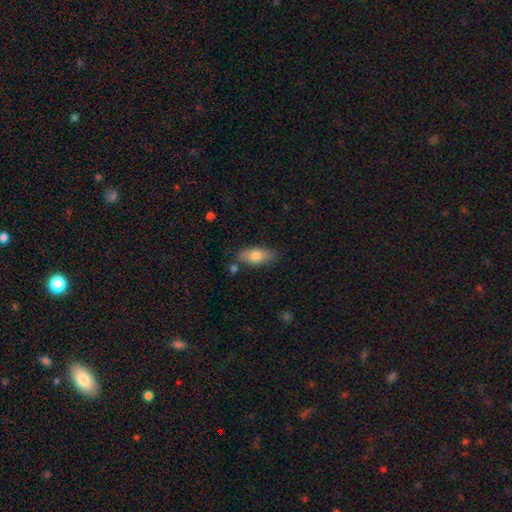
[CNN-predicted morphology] A smooth galaxy with no disk features (75%) that is in between round and cigar-shaped (85%).

Vote fractions:
- Smooth or featured? smooth: 75% / featured or disk: 18% / star or artifact: 7%
- How rounded? in between: 85% / cigar-shaped: 11% / round: 4%
- Merging? none: 78% / minor disturbance: 14% / merger: 5% / major disturbance: 3%